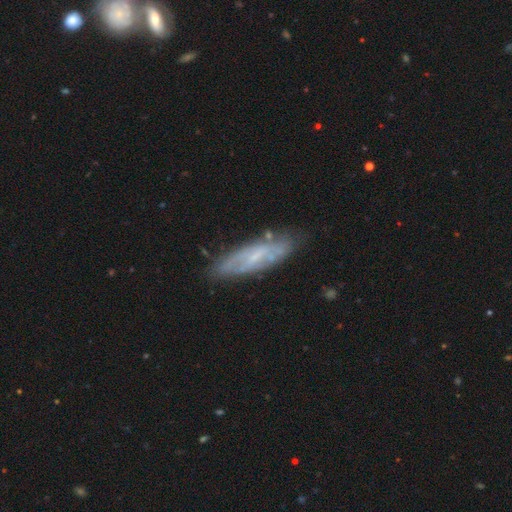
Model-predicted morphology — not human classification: Smooth or featured: featured or disk — 61% (smooth — 32%)
Edge-on disk: no — 64% (yes — 36%)
Merging: none — 74% (minor disturbance — 18%)